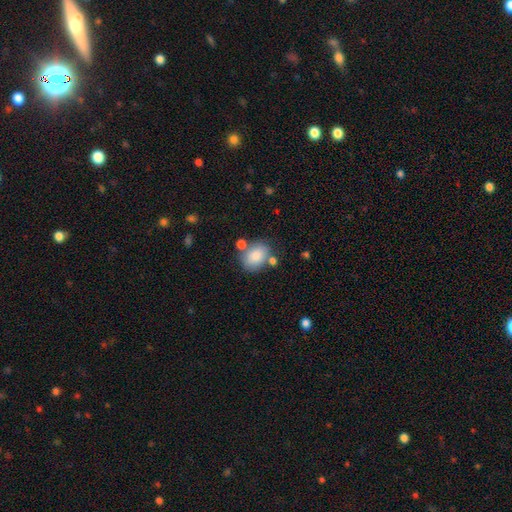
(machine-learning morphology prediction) smooth-or-featured: smooth: 83% | featured or disk: 9% | star or artifact: 8%
  how-rounded: in between: 61% | round: 38% | cigar-shaped: 1%
  merging: none: 63% | minor disturbance: 16% | merger: 15% | major disturbance: 5%